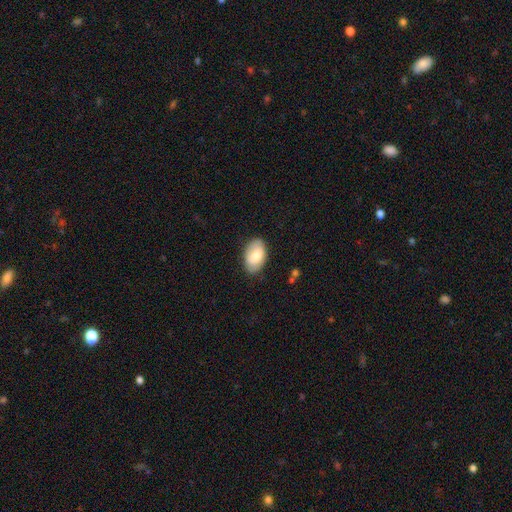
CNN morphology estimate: This appears to be a smooth galaxy with no disk features (68%) that is in between round and cigar-shaped (93%). Merging: none (81%).